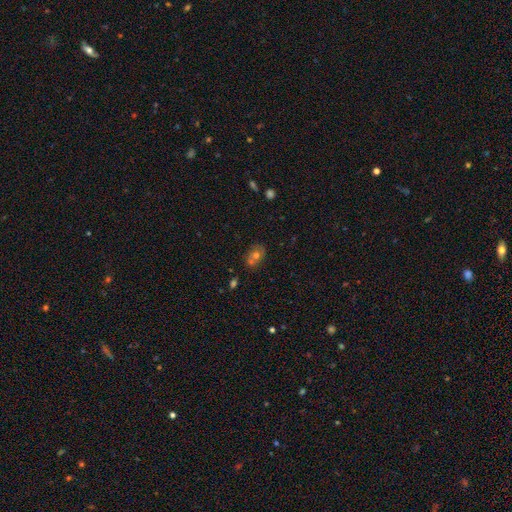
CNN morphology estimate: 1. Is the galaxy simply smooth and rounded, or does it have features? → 56% smooth, 22% featured or disk, 22% star or artifact.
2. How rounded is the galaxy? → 52% in between, 46% round, 2% cigar-shaped.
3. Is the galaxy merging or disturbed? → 57% none, 25% merger, 13% minor disturbance, 5% major disturbance.